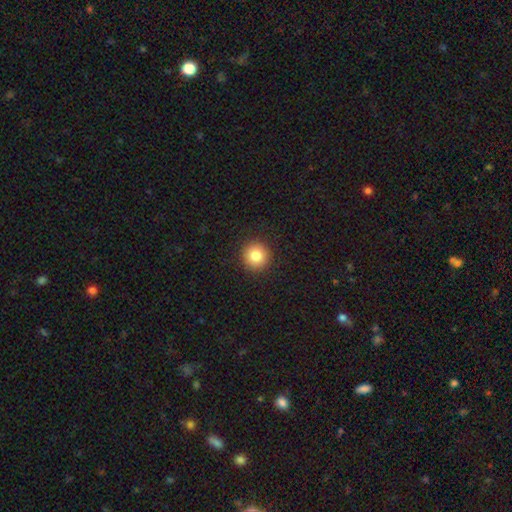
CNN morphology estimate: smooth_or_featured: smooth (p=0.84) [alt: star or artifact p=0.10]
how_rounded: round (p=0.95) [alt: in between p=0.04]
merging: none (p=0.92) [alt: minor disturbance p=0.05]